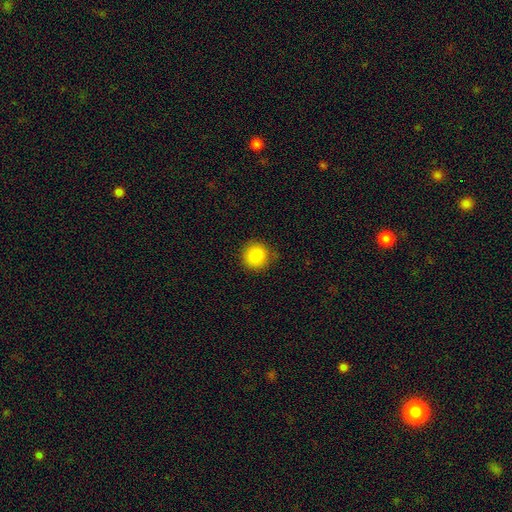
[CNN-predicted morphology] Smooth or featured? smooth (86%)
How rounded? round (92%)
Merging? none (84%)